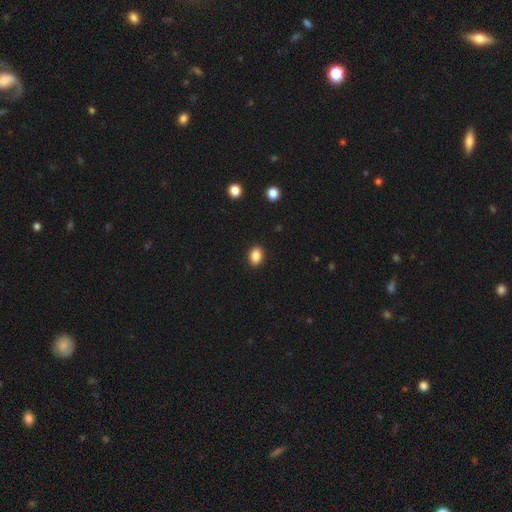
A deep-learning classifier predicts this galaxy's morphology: Q: Smooth or featured?
A: smooth (87%); runner-up: star or artifact (9%)
Q: How rounded?
A: in between (76%); runner-up: round (23%)
Q: Merging?
A: none (90%); runner-up: minor disturbance (7%)